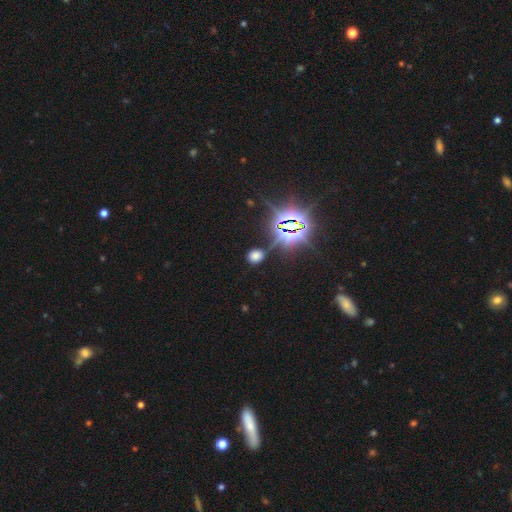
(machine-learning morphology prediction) Smooth or featured? smooth (54%)
How rounded? round (74%)
Merging? none (78%)